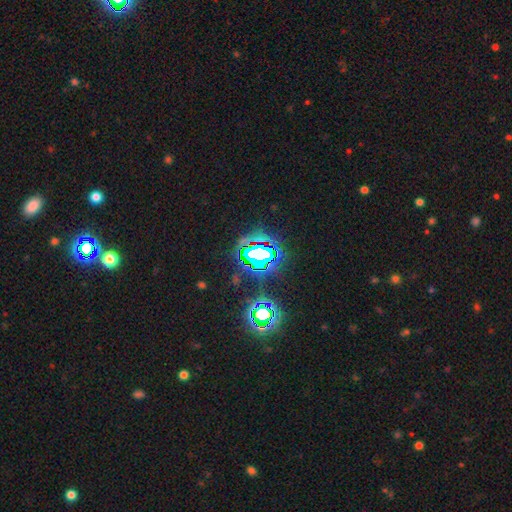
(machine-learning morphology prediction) A star or artifact, not a galaxy (75%).